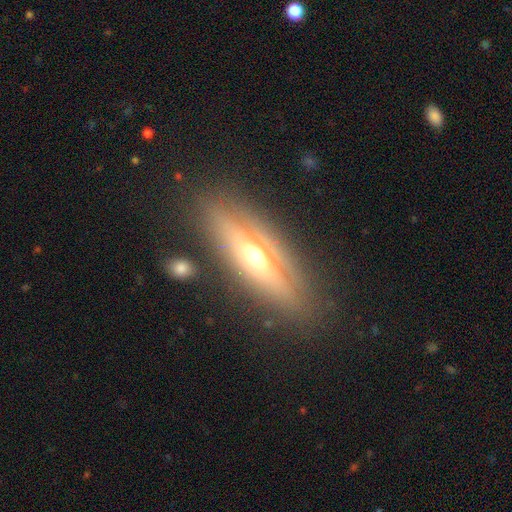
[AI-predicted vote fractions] This is likely a featured or disk galaxy (70%). It is clearly viewed edge-on (82%). Edge-on bulge: clearly rounded (91%). Merging: clearly none (82%).